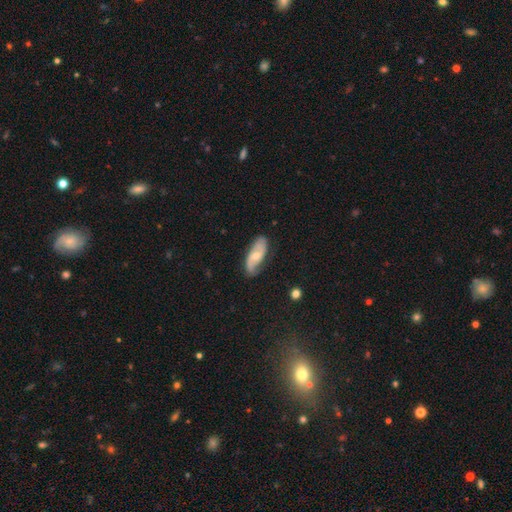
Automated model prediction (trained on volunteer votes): smooth-or-featured: featured or disk: 60% | smooth: 34% | star or artifact: 6%
  disk-edge-on: no: 89% | yes: 11%
    bar: no: 62% | weak: 31% | strong: 8%
    has-spiral-arms: yes: 83% | no: 17%
    bulge-size: moderate: 48% | small: 47% | large: 2% | none: 2% | dominant: 1%
  merging: none: 73% | minor disturbance: 21% | major disturbance: 5% | merger: 1%